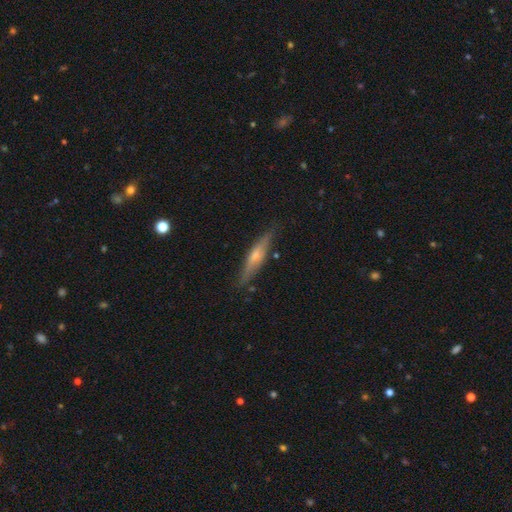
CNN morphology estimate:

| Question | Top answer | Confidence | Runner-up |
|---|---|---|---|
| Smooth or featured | featured or disk | 62% | smooth (32%) |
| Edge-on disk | yes | 93% | no (7%) |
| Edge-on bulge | rounded | 75% | none (15%) |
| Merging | none | 84% | minor disturbance (12%) |